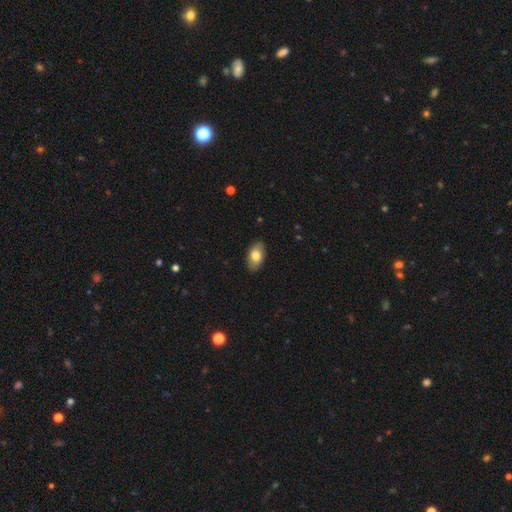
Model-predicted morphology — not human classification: Q: Smooth or featured?
A: smooth (77%); runner-up: featured or disk (16%)
Q: How rounded?
A: in between (93%); runner-up: round (5%)
Q: Merging?
A: none (86%); runner-up: minor disturbance (11%)